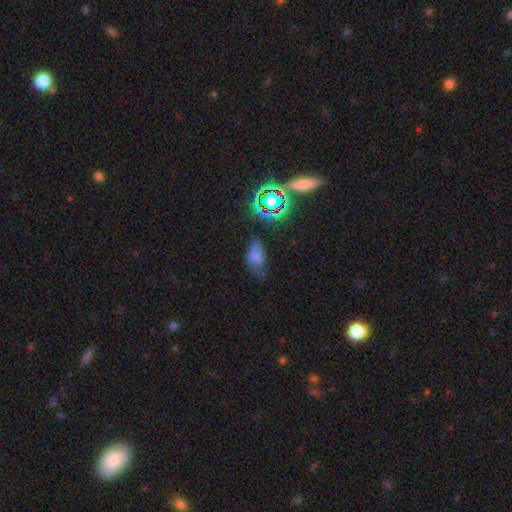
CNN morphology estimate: smooth_or_featured: smooth (p=0.56) [alt: star or artifact p=0.22]
how_rounded: in between (p=0.88) [alt: round p=0.06]
merging: none (p=0.45) [alt: minor disturbance p=0.32]